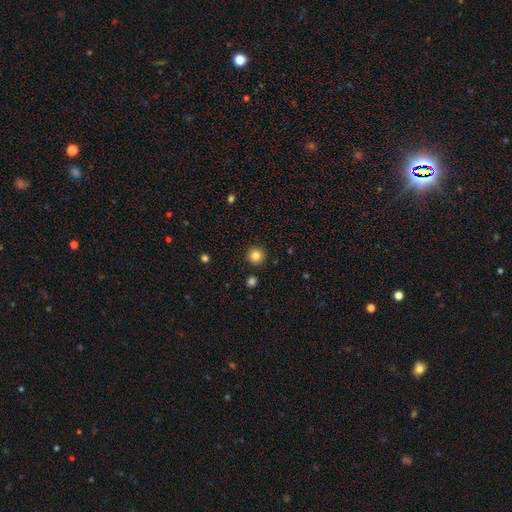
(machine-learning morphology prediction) smooth-or-featured: smooth: 84% | star or artifact: 11% | featured or disk: 5%
  how-rounded: round: 95% | in between: 4% | cigar-shaped: 1%
  merging: none: 91% | minor disturbance: 5% | merger: 2% | major disturbance: 2%